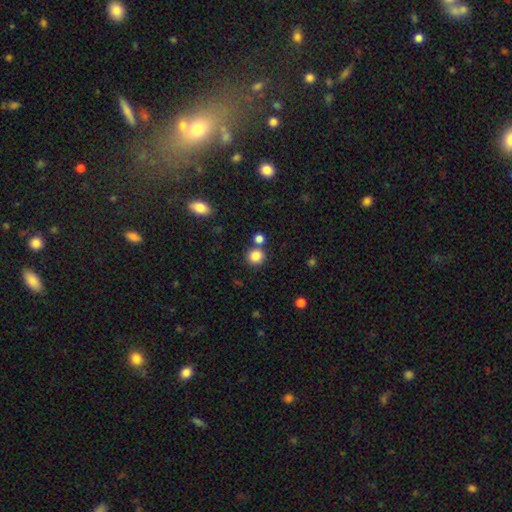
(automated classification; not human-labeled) The model was most divided on "merging": none: 74%, merger: 15%, minor disturbance: 8%, major disturbance: 3%. More confident: how rounded — round (89%); smooth or featured — smooth (85%).